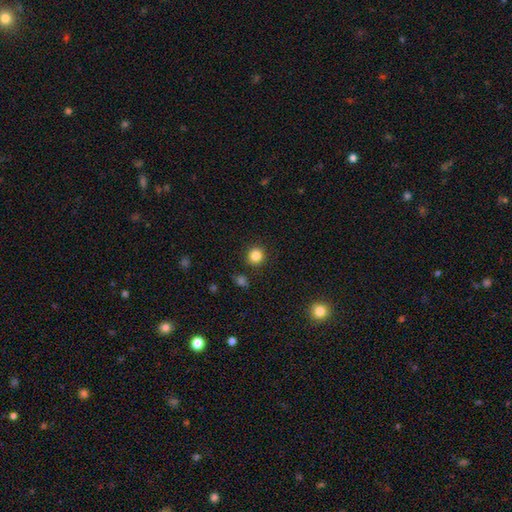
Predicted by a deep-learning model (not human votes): This appears to be a smooth galaxy with no disk features (84%) that is round (92%). Merging: none (90%).